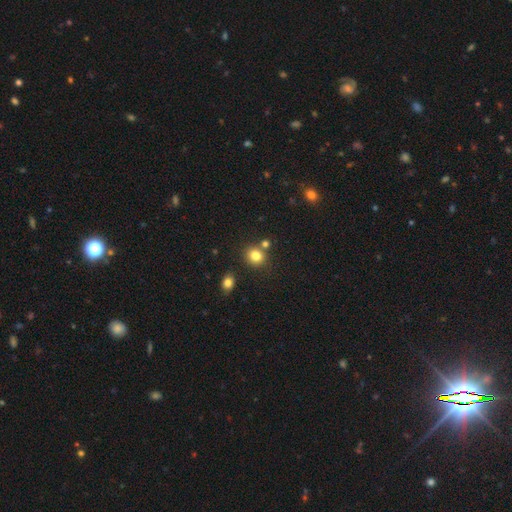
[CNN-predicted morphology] smooth-or-featured: smooth: 82% | star or artifact: 12% | featured or disk: 6%
  how-rounded: round: 77% | in between: 22% | cigar-shaped: 1%
  merging: none: 75% | merger: 13% | minor disturbance: 9% | major disturbance: 3%